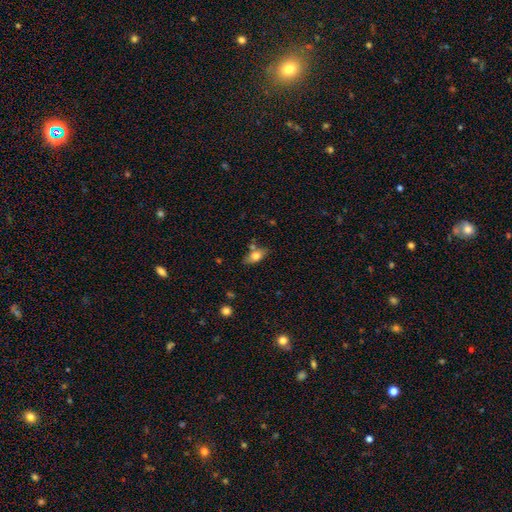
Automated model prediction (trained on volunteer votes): Overall: smooth (74%). How rounded: in between (84%). Merging: none (67%).